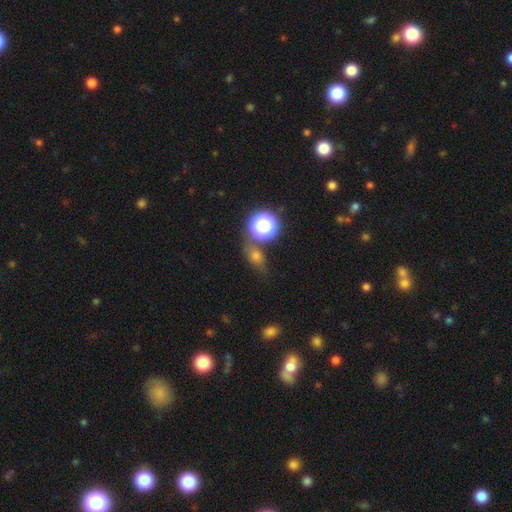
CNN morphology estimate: The model was most divided on "how rounded": in between: 51%, round: 43%, cigar-shaped: 6%. More confident: merging — none (64%); smooth or featured — smooth (58%).